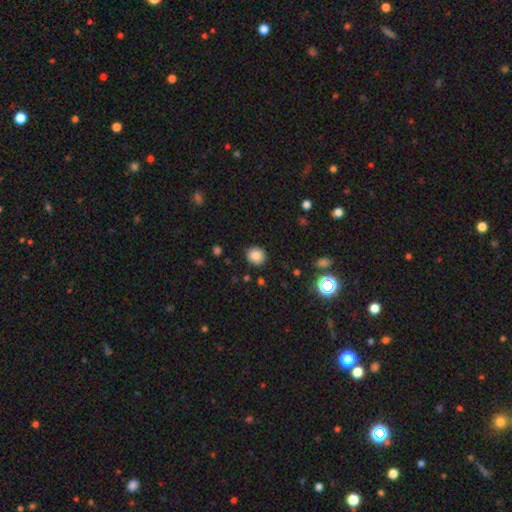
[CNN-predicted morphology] This appears to be a smooth galaxy with no disk features (85%) that is round (78%). Merging: none (89%).